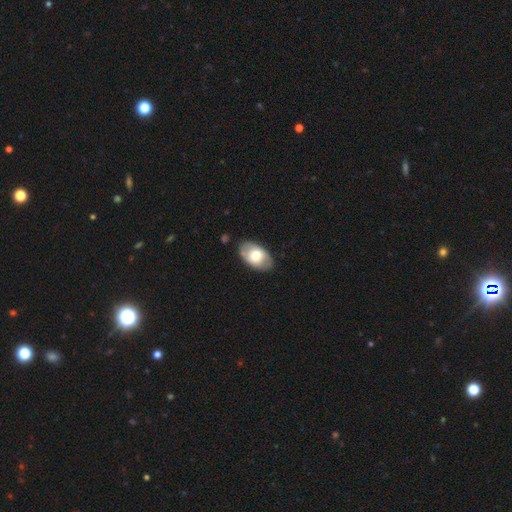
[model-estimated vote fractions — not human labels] A smooth galaxy with no disk features (64%) that is in between round and cigar-shaped (93%).

Vote fractions:
- Smooth or featured? smooth: 64% / featured or disk: 30% / star or artifact: 6%
- How rounded? in between: 93% / round: 6% / cigar-shaped: 1%
- Merging? none: 83% / minor disturbance: 13% / major disturbance: 3% / merger: 2%